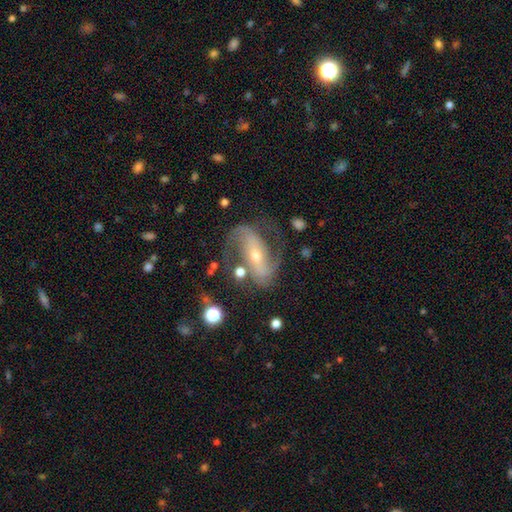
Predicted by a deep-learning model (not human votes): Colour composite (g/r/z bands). It shows a featured or disk galaxy (87%) with a strong bar (52%), 2 (90%) medium (46%) spiral arms (95%) and a small central bulge (57%). Merging: none (68%).